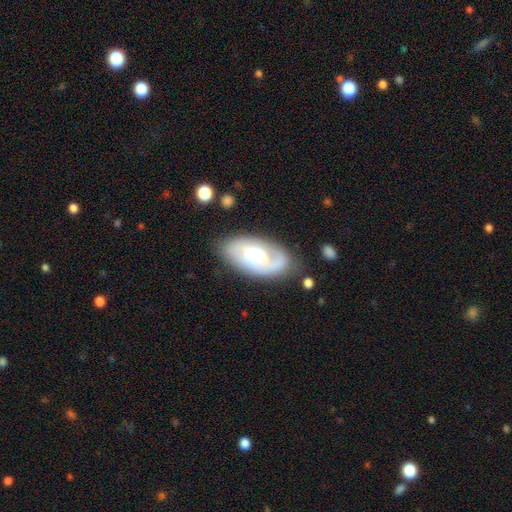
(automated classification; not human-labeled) Overall: featured or disk (67%). Edge-on disk: no (94%). Bar: no (47%; weak 41%). Spiral arms: yes (85%). Spiral arm count: 2 (60%). Spiral winding: medium (42%; tight 37%). Bulge size: moderate (58%; large 23%). Merging: none (74%).